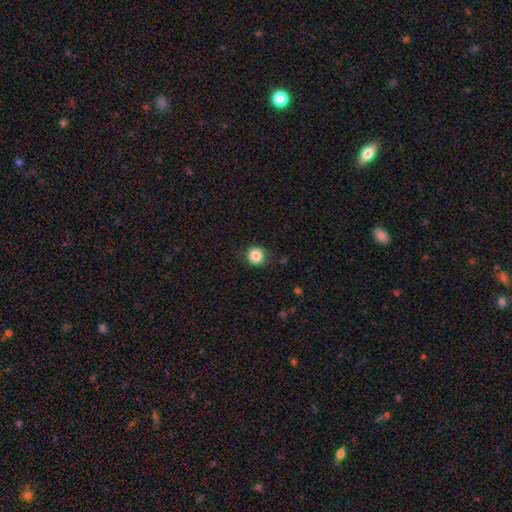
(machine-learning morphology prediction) A smooth galaxy with no disk features (85%) that is round (90%). Merging: none (83%).